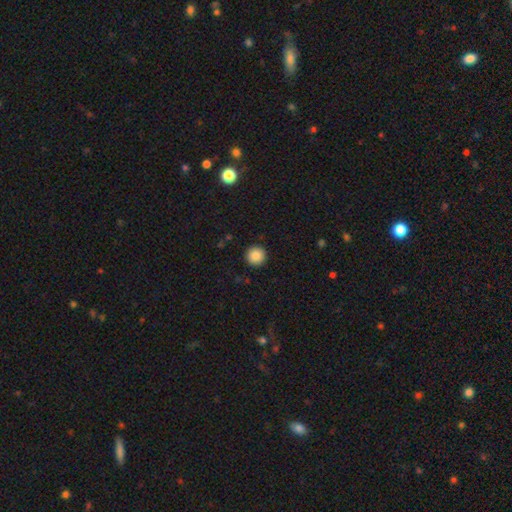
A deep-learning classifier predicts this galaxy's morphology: smooth_or_featured: smooth (p=0.88) [alt: star or artifact p=0.09]
how_rounded: round (p=0.96) [alt: in between p=0.03]
merging: none (p=0.93) [alt: minor disturbance p=0.05]